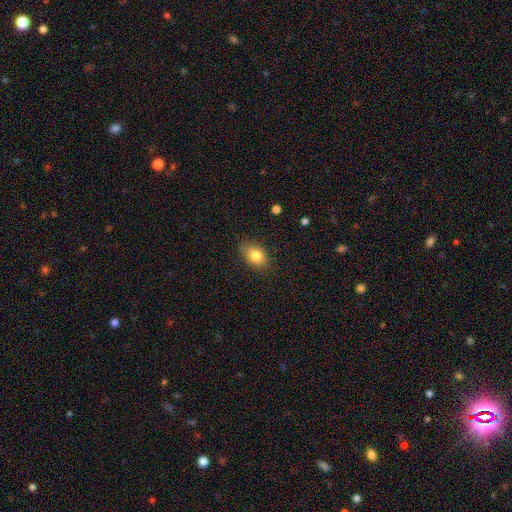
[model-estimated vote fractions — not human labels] Overall: smooth (81%). How rounded: in between (76%). Merging: none (78%).